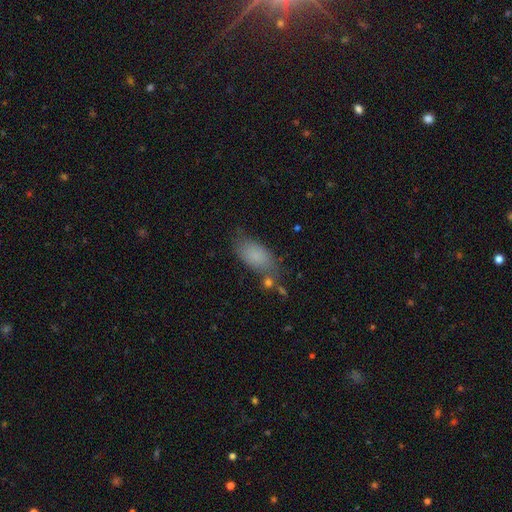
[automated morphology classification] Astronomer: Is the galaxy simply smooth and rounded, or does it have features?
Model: smooth — 82%.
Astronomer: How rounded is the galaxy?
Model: in between — 89%.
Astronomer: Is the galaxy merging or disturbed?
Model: none — 61%.